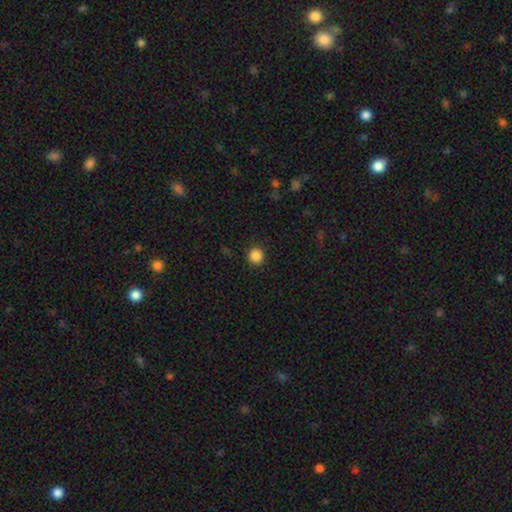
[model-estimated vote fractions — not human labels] This is clearly a smooth galaxy (87%). How rounded: clearly round (95%). Merging: clearly none (92%).